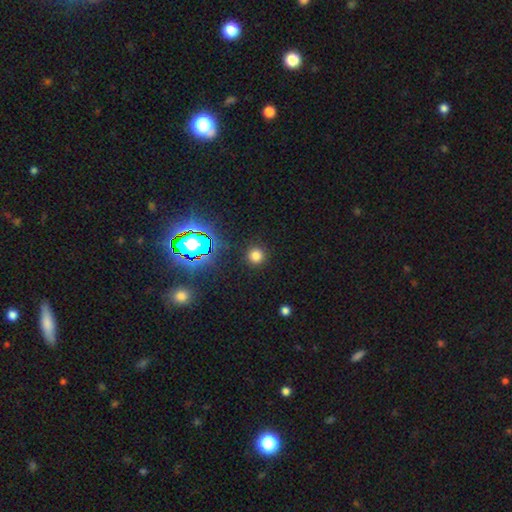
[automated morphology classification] Q: Smooth or featured?
A: smooth (74%); runner-up: star or artifact (21%)
Q: How rounded?
A: round (95%); runner-up: in between (4%)
Q: Merging?
A: none (91%); runner-up: minor disturbance (5%)